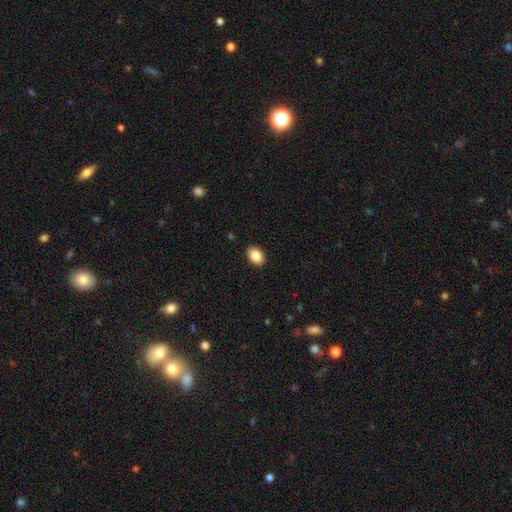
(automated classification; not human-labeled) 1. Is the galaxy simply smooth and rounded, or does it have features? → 87% smooth, 8% star or artifact, 5% featured or disk.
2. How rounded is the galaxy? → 80% in between, 19% round, 1% cigar-shaped.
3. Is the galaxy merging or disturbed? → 89% none, 8% minor disturbance, 2% major disturbance, 1% merger.